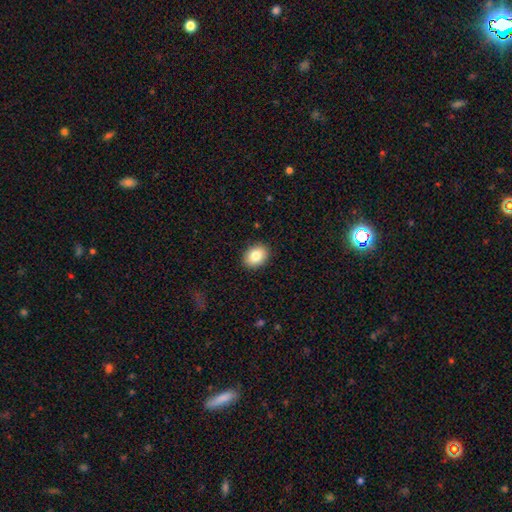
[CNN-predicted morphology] Overall: smooth (83%). How rounded: in between (62%; round 38%). Merging: none (90%).